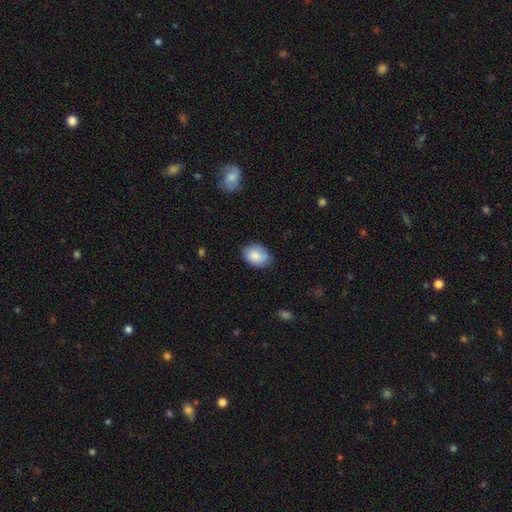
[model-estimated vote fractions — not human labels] A smooth galaxy with no disk features (83%) that is in between round and cigar-shaped (69%). Merging: none (74%).